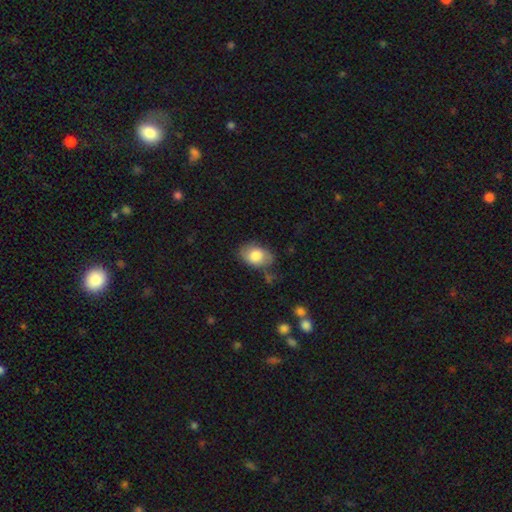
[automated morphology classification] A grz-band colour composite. It shows a smooth galaxy with no disk features (78%) that is in between round and cigar-shaped (85%). Merging: none (71%).